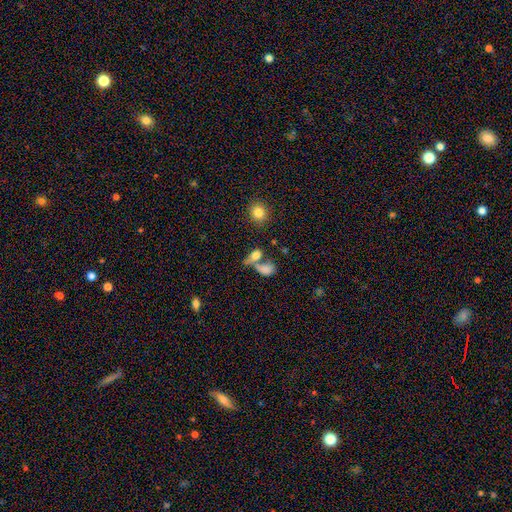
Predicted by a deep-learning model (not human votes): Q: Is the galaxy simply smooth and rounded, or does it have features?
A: smooth — 71%.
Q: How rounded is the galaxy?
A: in between — 63%.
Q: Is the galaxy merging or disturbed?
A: merger — 49%.